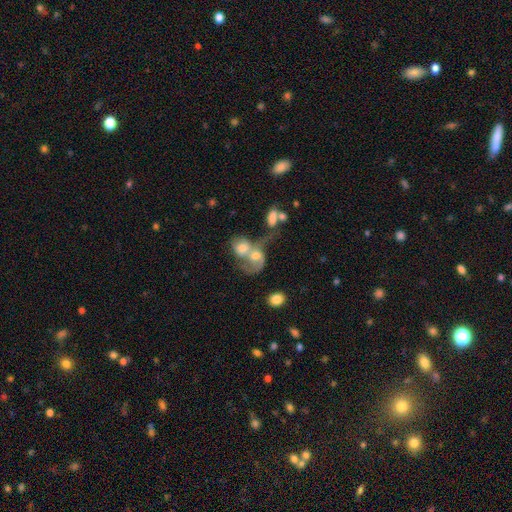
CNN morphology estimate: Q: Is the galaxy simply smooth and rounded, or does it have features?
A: featured or disk — 56%.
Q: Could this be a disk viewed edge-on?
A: no — 97%.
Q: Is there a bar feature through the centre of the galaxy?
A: no — 73%.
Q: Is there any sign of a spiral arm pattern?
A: yes — 71%.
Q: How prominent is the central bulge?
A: moderate — 56%.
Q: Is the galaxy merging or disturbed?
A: merger — 76%.